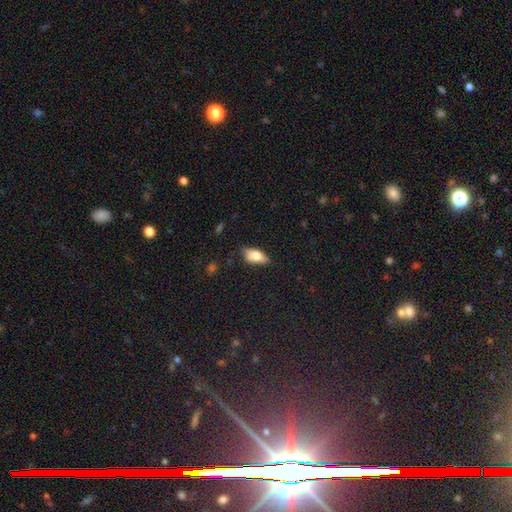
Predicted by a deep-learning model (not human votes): Smooth or featured: smooth — 74% (featured or disk — 18%)
How rounded: in between — 86% (cigar-shaped — 10%)
Merging: none — 75% (minor disturbance — 20%)